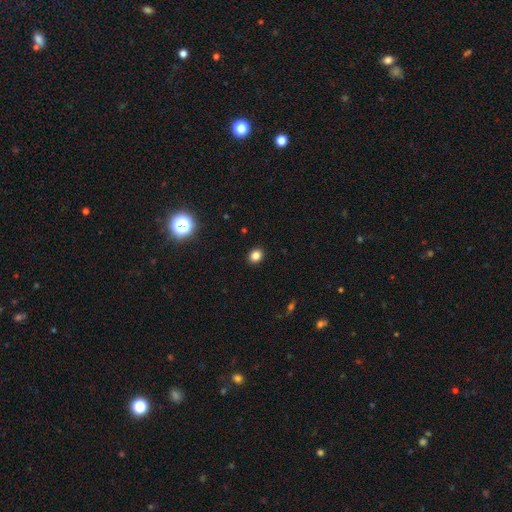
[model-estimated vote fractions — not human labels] Smooth or featured? Predicted: smooth (p=0.83). How rounded? Predicted: round (p=0.65). Merging? Predicted: none (p=0.91).